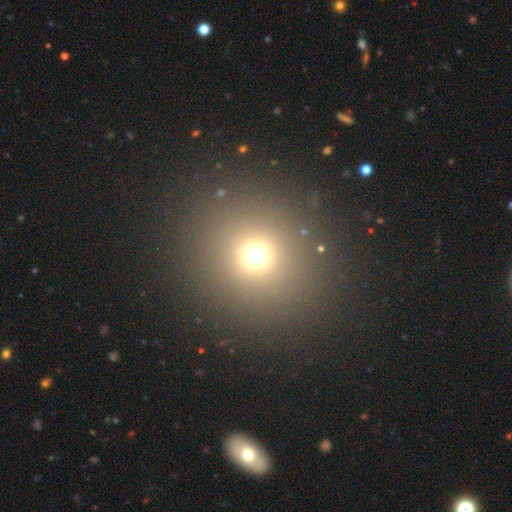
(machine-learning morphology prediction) Smooth or featured? Predicted: smooth (p=0.66). How rounded? Predicted: round (p=0.91). Merging? Predicted: none (p=0.87).